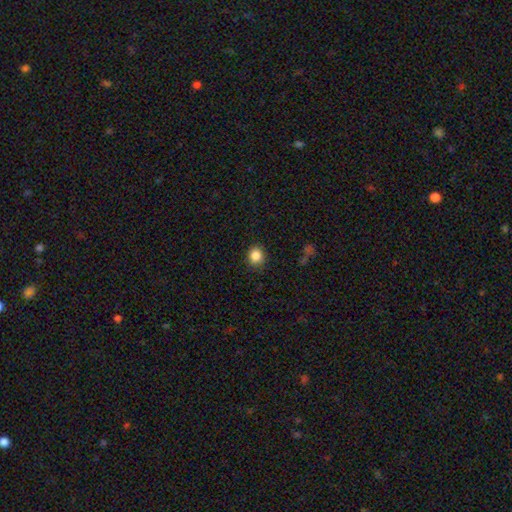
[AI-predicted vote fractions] smooth 85%, star or artifact 10%, featured or disk 4%. Down the decision tree: how rounded — round (81%); merging — none (89%).